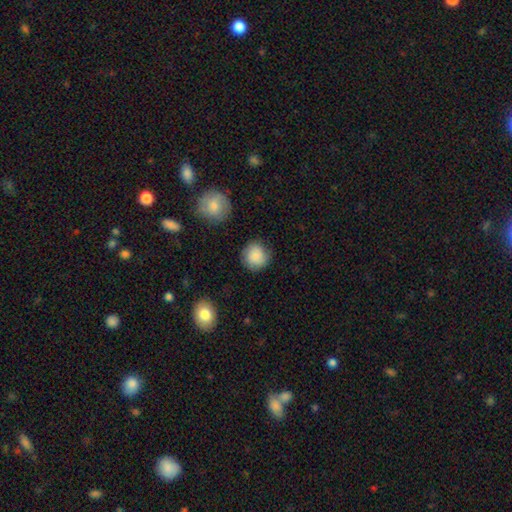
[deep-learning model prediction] A smooth galaxy with no disk features (86%) that is round (91%). Merging: none (81%).